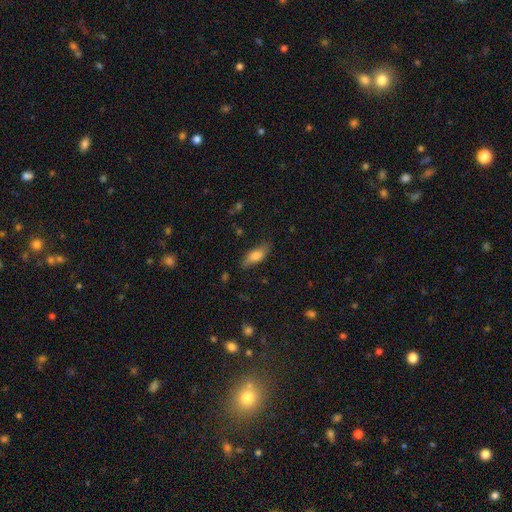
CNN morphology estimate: Smooth or featured? smooth (74%)
How rounded? in between (78%)
Merging? none (74%)